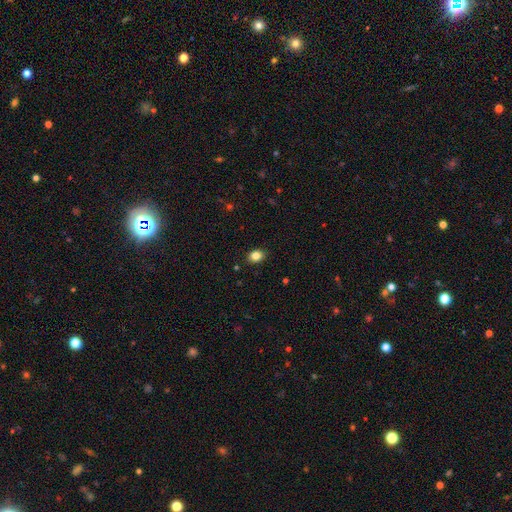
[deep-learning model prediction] Smooth or featured?
  - smooth: 84% *
  - star or artifact: 10%
  - featured or disk: 6%
How rounded?
  - in between: 63% *
  - round: 36%
  - cigar-shaped: 1%
Merging?
  - none: 89% *
  - minor disturbance: 8%
  - major disturbance: 2%
  - merger: 1%